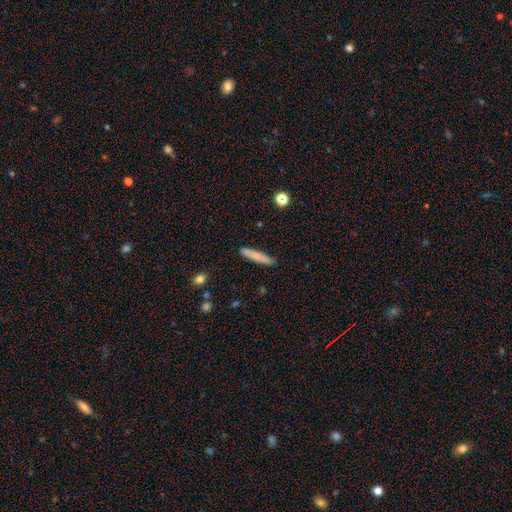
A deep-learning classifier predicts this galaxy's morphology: smooth_or_featured: smooth (p=0.74) [alt: featured or disk p=0.19]
how_rounded: cigar-shaped (p=0.88) [alt: in between p=0.11]
merging: none (p=0.86) [alt: minor disturbance p=0.10]